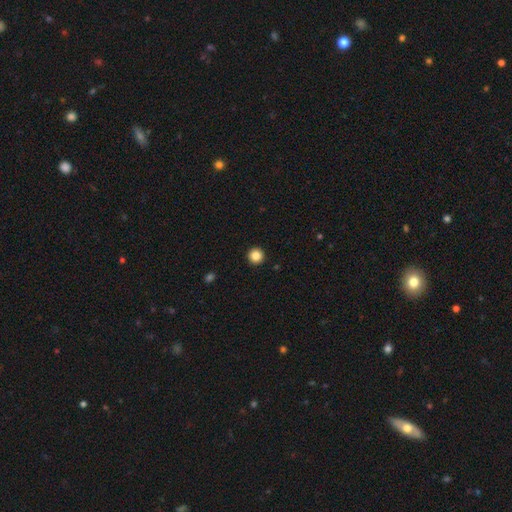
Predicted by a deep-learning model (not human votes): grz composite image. It shows a smooth galaxy with no disk features (85%) that is round (97%). Merging: none (94%).